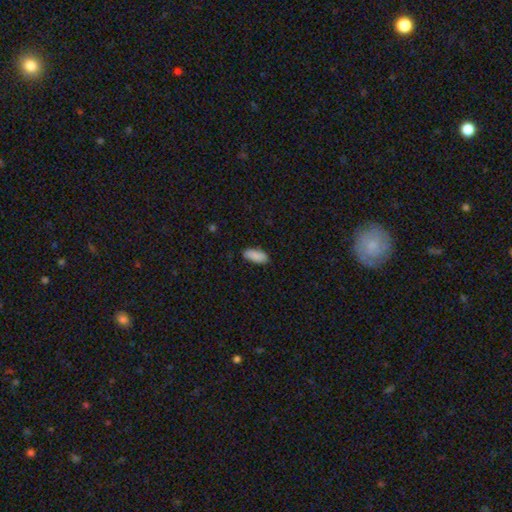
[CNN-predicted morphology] smooth-or-featured: smooth: 89% | star or artifact: 6% | featured or disk: 4%
  how-rounded: in between: 86% | cigar-shaped: 12% | round: 2%
  merging: none: 84% | minor disturbance: 12% | major disturbance: 2% | merger: 1%